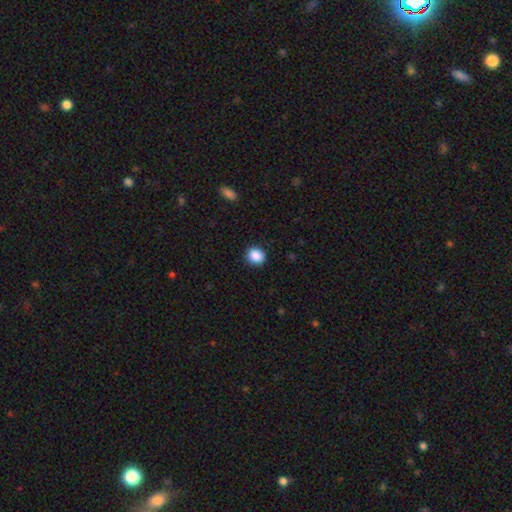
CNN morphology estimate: A smooth galaxy with no disk features (88%) that is round (78%).

Vote fractions:
- Smooth or featured? smooth: 88% / star or artifact: 9% / featured or disk: 3%
- How rounded? round: 78% / in between: 21% / cigar-shaped: 1%
- Merging? none: 90% / minor disturbance: 7% / major disturbance: 2% / merger: 1%